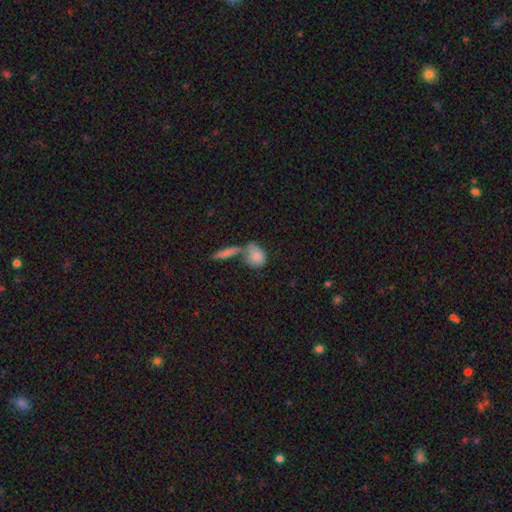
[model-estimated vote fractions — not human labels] The model was most divided on "merging": merger: 43%, none: 35%, minor disturbance: 14%, major disturbance: 8%. More confident: smooth or featured — smooth (79%); how rounded — in between (64%).